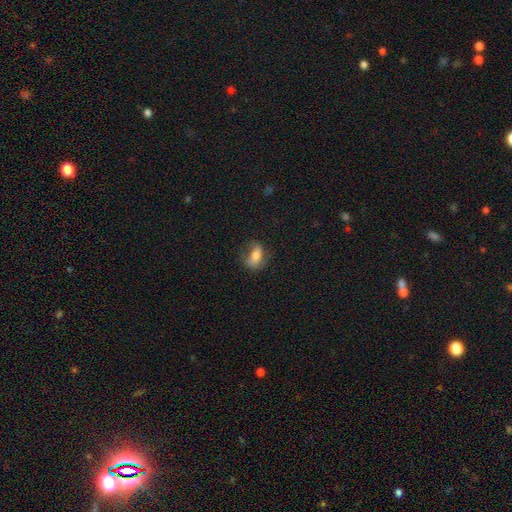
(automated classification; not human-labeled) smooth_or_featured: smooth (p=0.65) [alt: featured or disk p=0.26]
how_rounded: in between (p=0.80) [alt: cigar-shaped p=0.10]
merging: none (p=0.61) [alt: minor disturbance p=0.24]